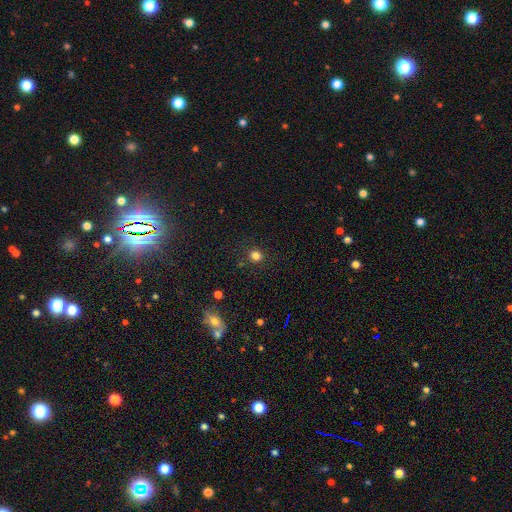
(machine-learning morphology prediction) This is likely a smooth galaxy (80%). How rounded: clearly round (88%). Merging: clearly none (87%).